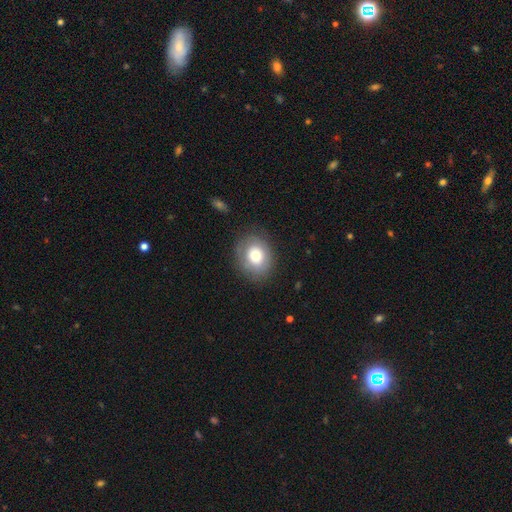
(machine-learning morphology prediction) The model was most divided on "how rounded": round: 62%, in between: 37%, cigar-shaped: 1%. More confident: merging — none (80%); smooth or featured — smooth (70%).